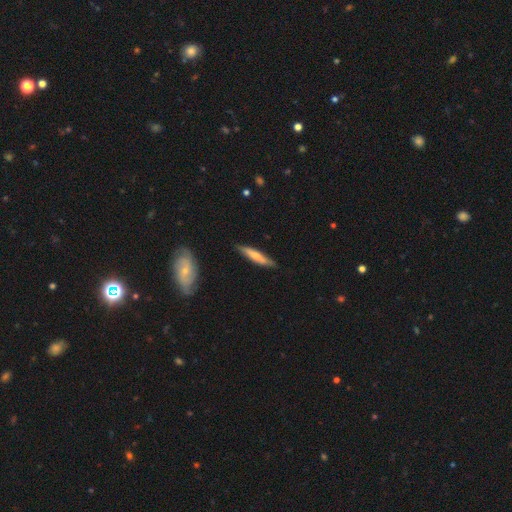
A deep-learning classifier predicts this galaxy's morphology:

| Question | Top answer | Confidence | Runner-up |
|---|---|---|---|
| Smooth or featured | smooth | 54% | featured or disk (40%) |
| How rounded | cigar-shaped | 87% | in between (11%) |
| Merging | none | 81% | minor disturbance (15%) |